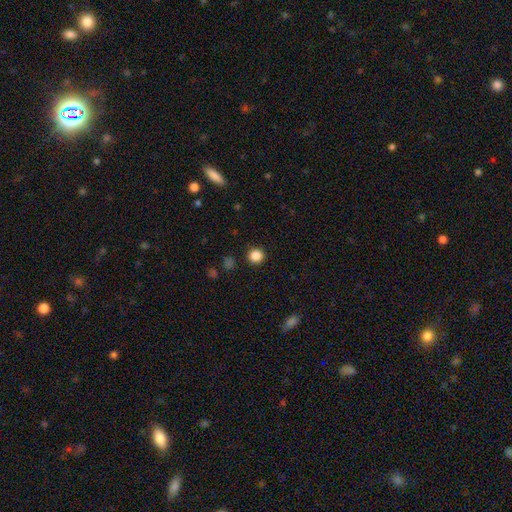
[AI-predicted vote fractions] Morphology: type=smooth (85%); roundness=round (93%); merging=none (92%).